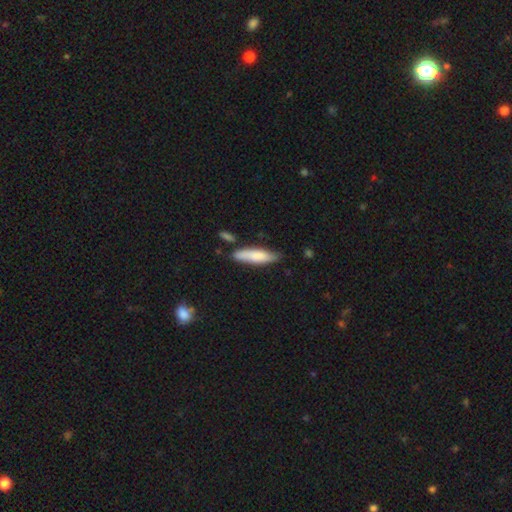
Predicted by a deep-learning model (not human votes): This is likely a smooth galaxy (78%). How rounded: likely cigar-shaped (67%). Merging: likely none (72%).